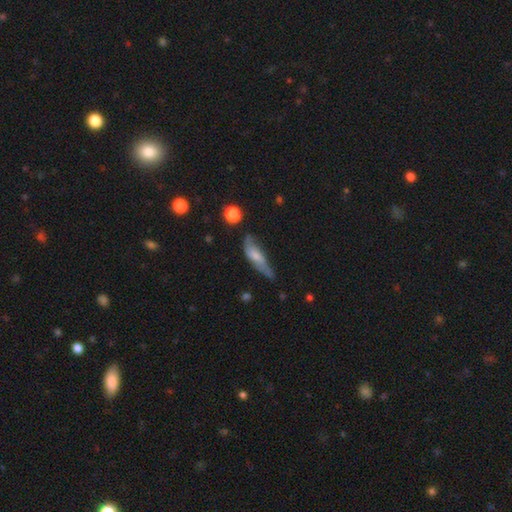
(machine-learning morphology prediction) Q: Smooth or featured?
A: smooth (56%); runner-up: featured or disk (37%)
Q: How rounded?
A: cigar-shaped (57%); runner-up: in between (41%)
Q: Merging?
A: none (43%); runner-up: minor disturbance (36%)